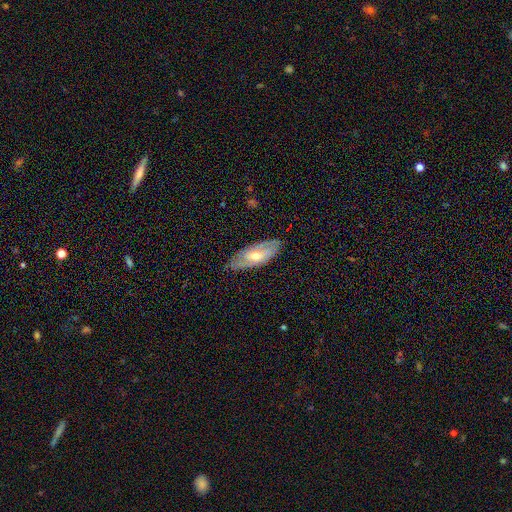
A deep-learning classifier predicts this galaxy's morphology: Smooth or featured?
  - featured or disk: 60% *
  - smooth: 33%
  - star or artifact: 7%
Edge-on disk?
  - no: 78% *
  - yes: 22%
Merging?
  - none: 78% *
  - minor disturbance: 17%
  - major disturbance: 3%
  - merger: 1%